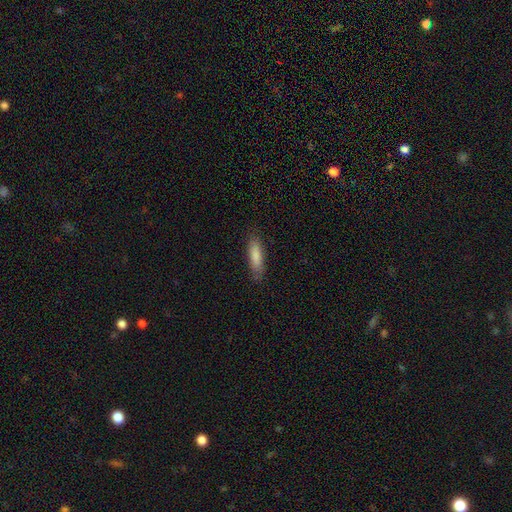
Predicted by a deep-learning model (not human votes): Smooth or featured? Predicted: smooth (p=0.84). How rounded? Predicted: cigar-shaped (p=0.59). Merging? Predicted: none (p=0.83).